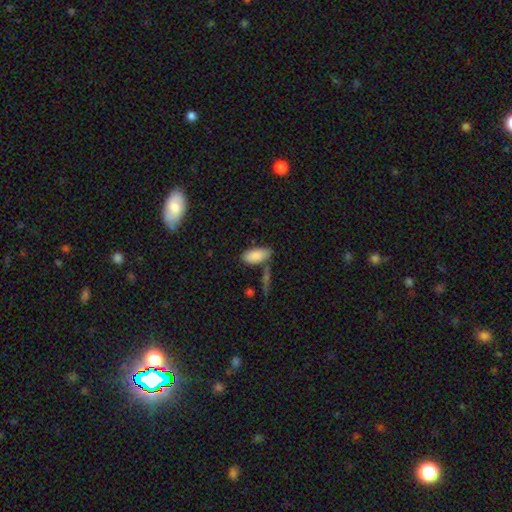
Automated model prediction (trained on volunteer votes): Q: Smooth or featured?
A: smooth (87%); runner-up: star or artifact (7%)
Q: How rounded?
A: in between (89%); runner-up: cigar-shaped (8%)
Q: Merging?
A: none (69%); runner-up: minor disturbance (17%)